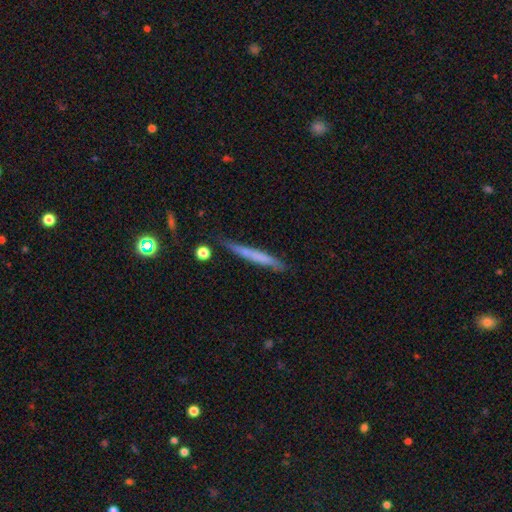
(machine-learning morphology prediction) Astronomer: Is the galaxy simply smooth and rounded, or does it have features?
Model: smooth — 53% (runner-up: featured or disk, 40%).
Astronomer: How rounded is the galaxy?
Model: cigar-shaped — 95%.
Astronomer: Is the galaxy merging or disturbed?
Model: none — 75%.